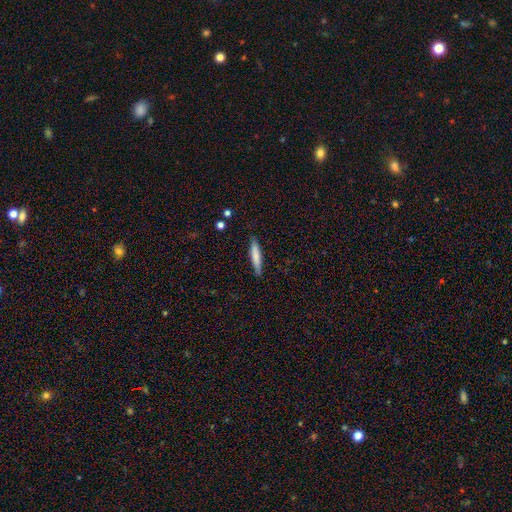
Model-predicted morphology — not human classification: Q: Smooth or featured?
A: smooth (75%); runner-up: featured or disk (19%)
Q: How rounded?
A: cigar-shaped (90%); runner-up: in between (9%)
Q: Merging?
A: none (85%); runner-up: minor disturbance (11%)